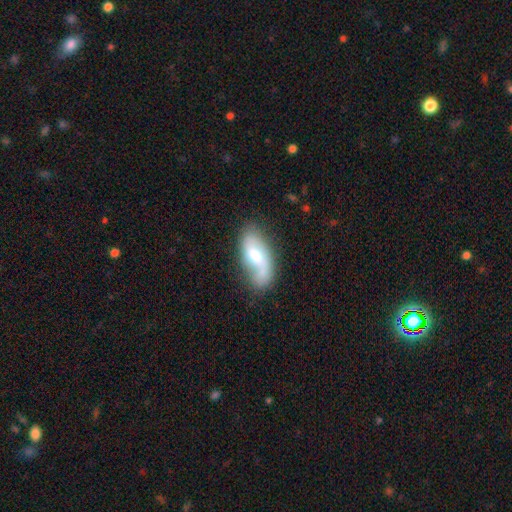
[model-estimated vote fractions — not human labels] A featured or disk galaxy (47%, tied with smooth). Merging: none (56%).